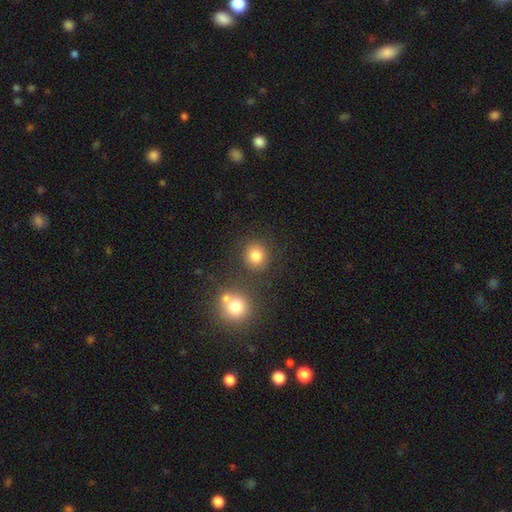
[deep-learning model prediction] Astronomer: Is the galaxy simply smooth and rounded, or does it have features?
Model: smooth — 81%.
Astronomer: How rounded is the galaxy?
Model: round — 86%.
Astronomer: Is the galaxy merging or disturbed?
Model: none — 80%.